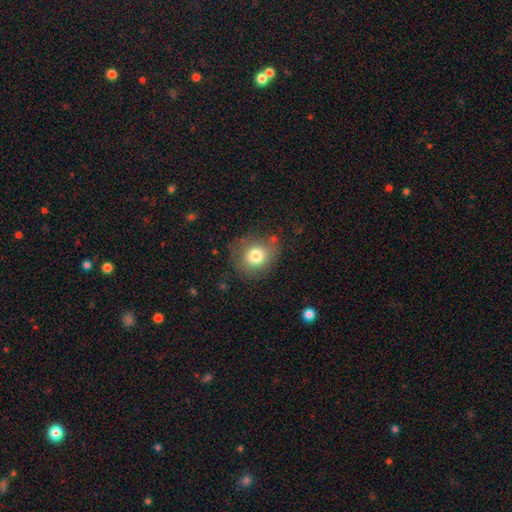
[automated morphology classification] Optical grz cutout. It shows a smooth galaxy with no disk features (78%) that is round (77%). Merging: none (73%).